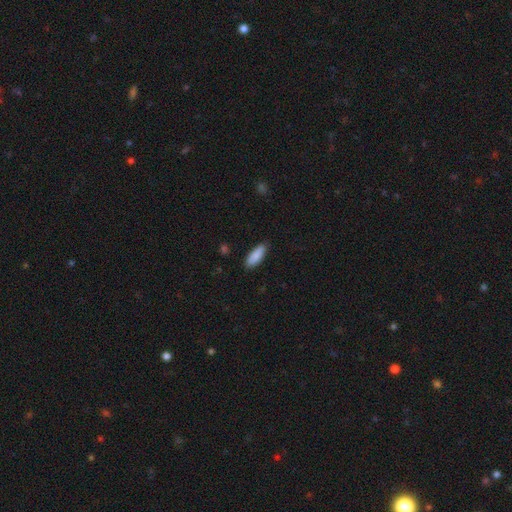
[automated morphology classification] type=smooth (88%); roundness=in between (67%); merging=none (87%).